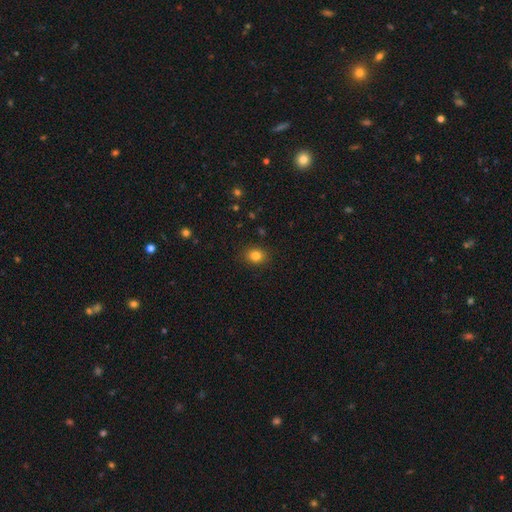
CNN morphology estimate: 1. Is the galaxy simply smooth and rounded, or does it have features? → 83% smooth, 12% star or artifact, 6% featured or disk.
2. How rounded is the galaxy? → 59% round, 40% in between, 1% cigar-shaped.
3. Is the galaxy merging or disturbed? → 88% none, 8% minor disturbance, 2% major disturbance, 1% merger.